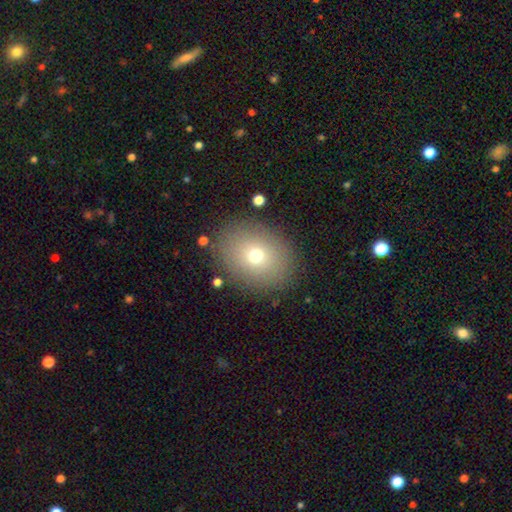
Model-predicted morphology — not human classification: Smooth or featured? Predicted: smooth (p=0.70). How rounded? Predicted: in between (p=0.52). Merging? Predicted: none (p=0.85).